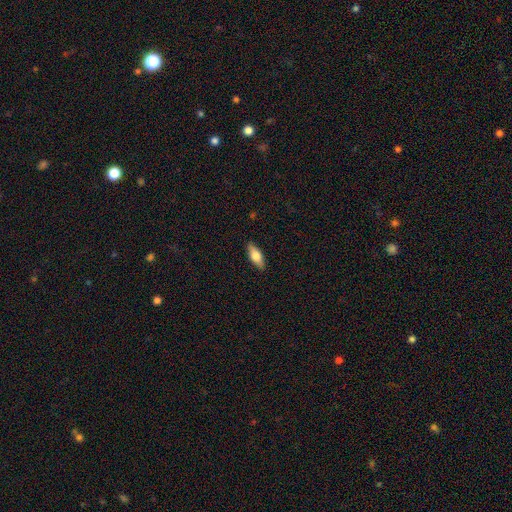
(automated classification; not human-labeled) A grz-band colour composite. It shows a smooth galaxy with no disk features (62%) that is in between round and cigar-shaped (68%). Merging: none (88%).